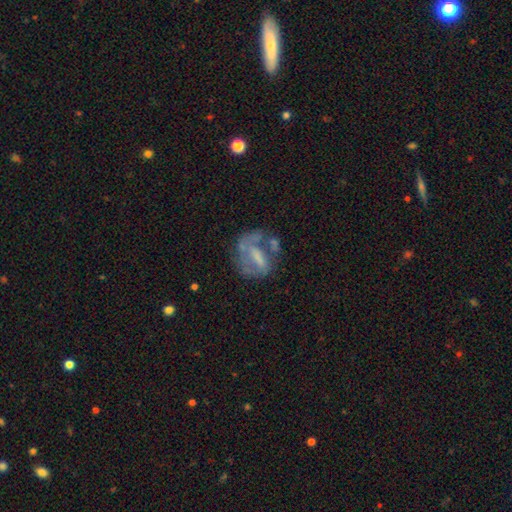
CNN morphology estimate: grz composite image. It shows a featured or disk galaxy (58%) with no bar (41%), no spiral arms (62%) and no central bulge (46%). Merging: none (36%).